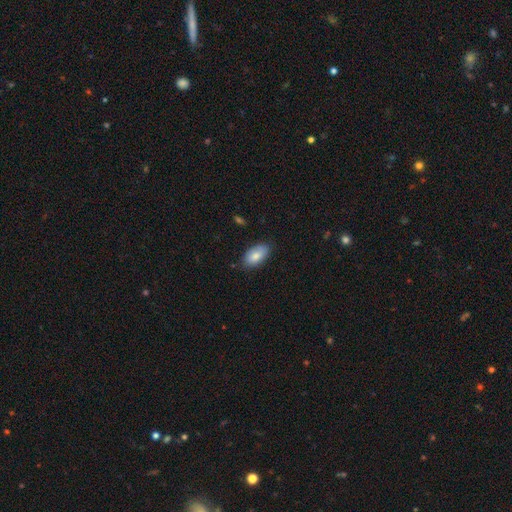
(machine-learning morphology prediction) A smooth galaxy with no disk features (84%) that is in between round and cigar-shaped (94%).

Vote fractions:
- Smooth or featured? smooth: 84% / featured or disk: 10% / star or artifact: 6%
- How rounded? in between: 94% / cigar-shaped: 3% / round: 3%
- Merging? none: 80% / minor disturbance: 16% / major disturbance: 3% / merger: 1%